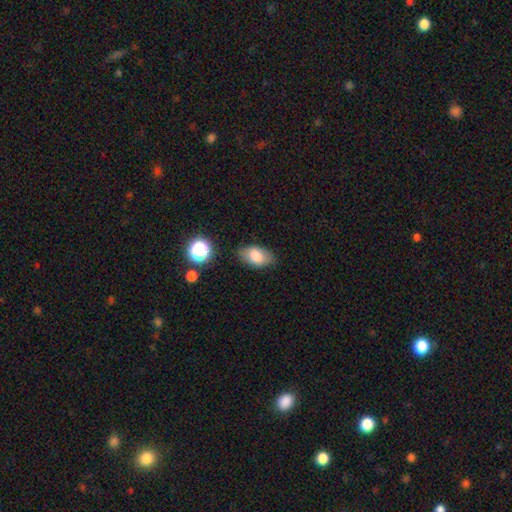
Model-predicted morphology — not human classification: smooth 80%, featured or disk 11%, star or artifact 9%. Down the decision tree: how rounded — in between (91%); merging — none (78%).